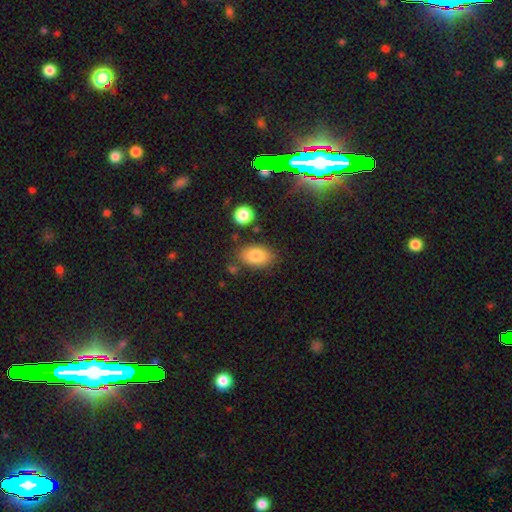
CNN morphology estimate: Q: Smooth or featured?
A: smooth (82%); runner-up: featured or disk (10%)
Q: How rounded?
A: in between (90%); runner-up: round (9%)
Q: Merging?
A: none (78%); runner-up: minor disturbance (14%)